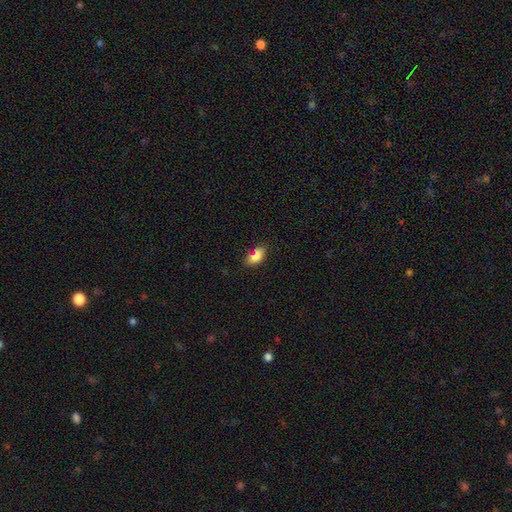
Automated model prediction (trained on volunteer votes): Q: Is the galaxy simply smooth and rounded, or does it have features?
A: smooth — 83%.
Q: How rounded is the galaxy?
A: in between — 88%.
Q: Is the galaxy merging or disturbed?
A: none — 70%.